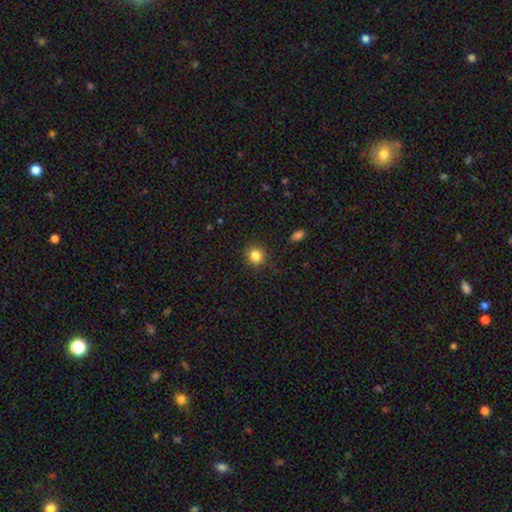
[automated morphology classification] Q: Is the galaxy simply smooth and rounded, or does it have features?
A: smooth — 84%.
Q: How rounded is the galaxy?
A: round — 88%.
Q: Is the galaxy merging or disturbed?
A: none — 88%.